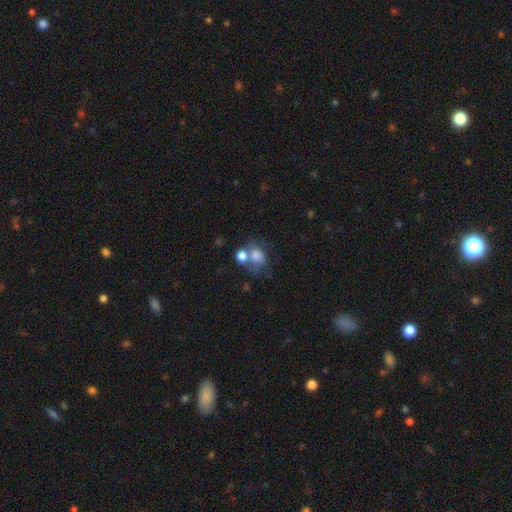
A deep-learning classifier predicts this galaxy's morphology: This is likely a smooth galaxy (76%). How rounded: possibly round (54%). Merging: marginally merger (43%).